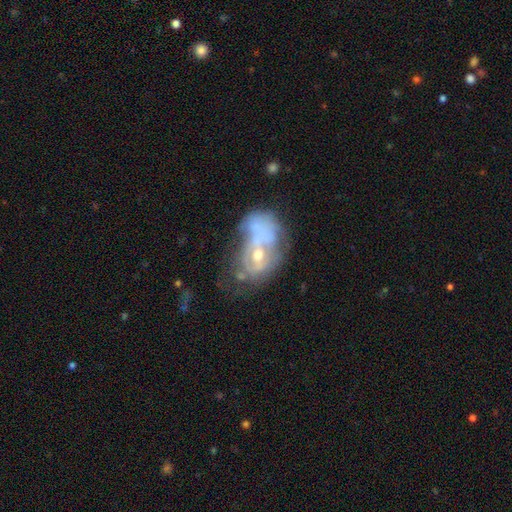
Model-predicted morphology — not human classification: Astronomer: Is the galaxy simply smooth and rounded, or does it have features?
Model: featured or disk — 57%.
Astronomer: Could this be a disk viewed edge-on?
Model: no — 96%.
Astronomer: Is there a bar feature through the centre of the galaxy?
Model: no — 84%.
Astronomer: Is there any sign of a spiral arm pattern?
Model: no — 73%.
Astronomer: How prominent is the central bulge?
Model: small — 51% (runner-up: moderate, 31%).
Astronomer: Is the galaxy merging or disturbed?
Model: merger — 45% (runner-up: none, 22%).